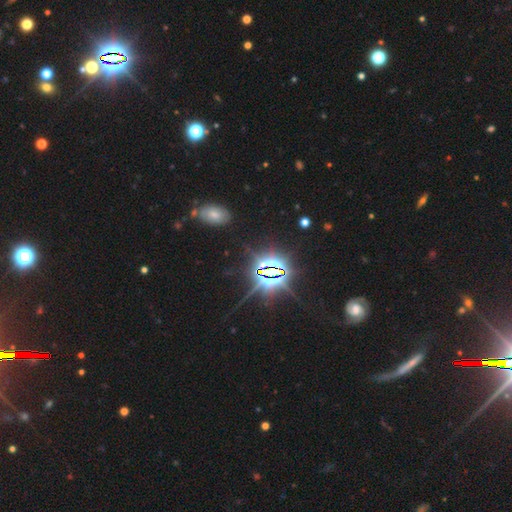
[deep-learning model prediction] Smooth or featured?
  - star or artifact: 71% *
  - smooth: 18%
  - featured or disk: 11%